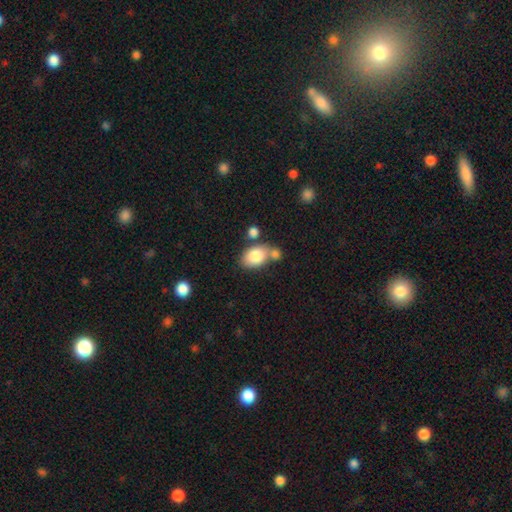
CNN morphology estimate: type=smooth (82%); roundness=in between (82%); merging=none (48%).